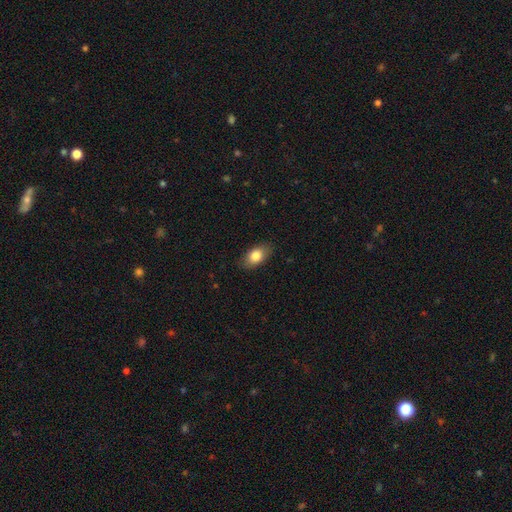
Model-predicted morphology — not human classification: This appears to be a smooth galaxy with no disk features (82%) that is in between round and cigar-shaped (88%). Merging: none (84%).